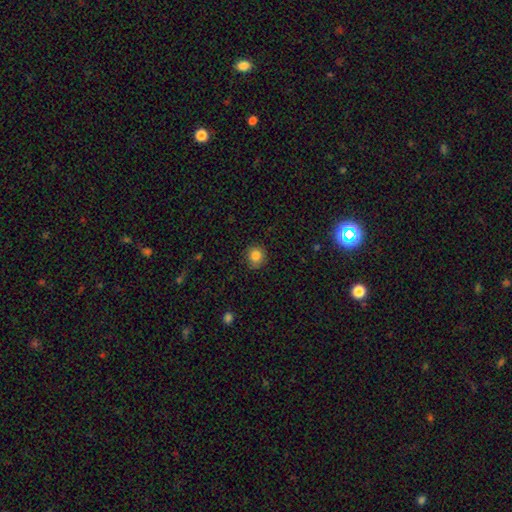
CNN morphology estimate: The model was most divided on "smooth or featured": smooth: 84%, star or artifact: 10%, featured or disk: 5%. More confident: how rounded — round (88%); merging — none (86%).